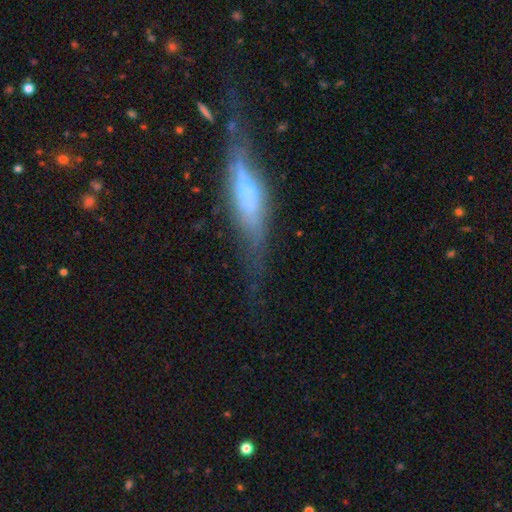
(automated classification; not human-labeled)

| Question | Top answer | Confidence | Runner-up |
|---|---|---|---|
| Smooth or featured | featured or disk | 70% | smooth (19%) |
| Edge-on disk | yes | 79% | no (21%) |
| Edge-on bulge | rounded | 55% | boxy (26%) |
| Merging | none | 66% | minor disturbance (20%) |